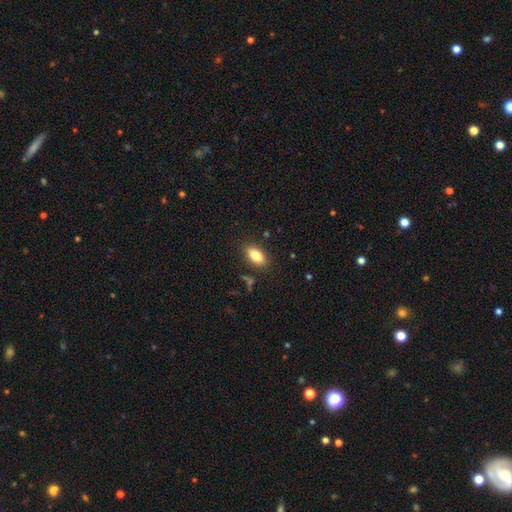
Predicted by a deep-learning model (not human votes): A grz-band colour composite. It shows a smooth galaxy with no disk features (82%) that is in between round and cigar-shaped (89%). Merging: none (85%).